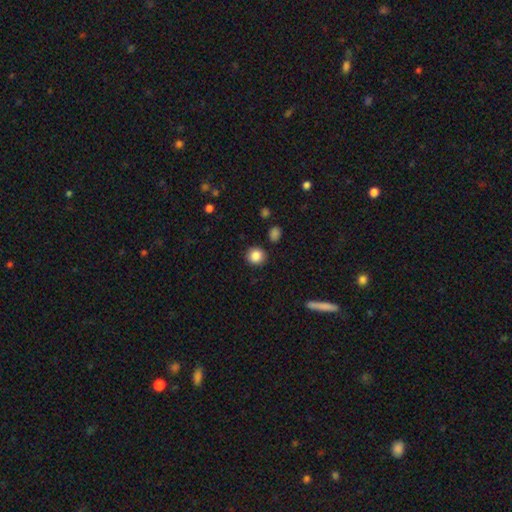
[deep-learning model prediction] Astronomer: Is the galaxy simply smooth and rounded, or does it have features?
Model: smooth — 86%.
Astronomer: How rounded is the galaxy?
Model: round — 89%.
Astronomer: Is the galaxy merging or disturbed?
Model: none — 89%.